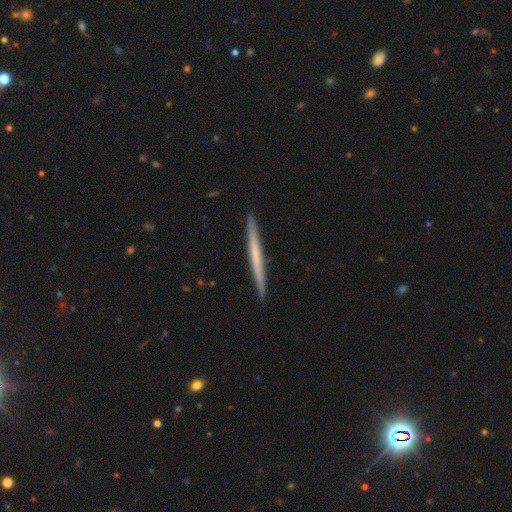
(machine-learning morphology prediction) The model was most divided on "smooth or featured": featured or disk: 52%, smooth: 43%, star or artifact: 5%. More confident: edge-on disk — yes (98%); merging — none (93%); edge-on bulge — none (88%).